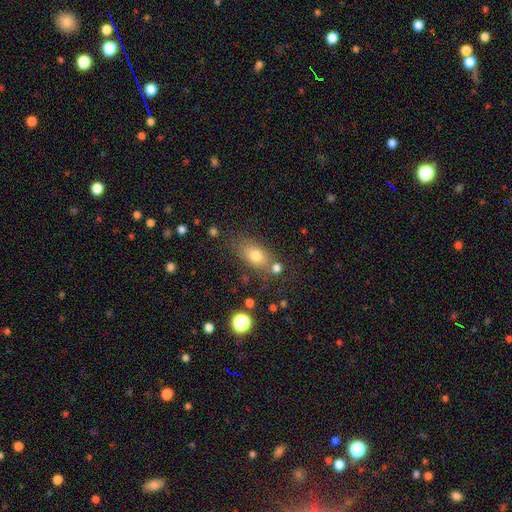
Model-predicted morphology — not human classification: The model was most divided on "merging": none: 68%, minor disturbance: 15%, merger: 11%, major disturbance: 6%. More confident: how rounded — in between (76%); smooth or featured — smooth (74%).